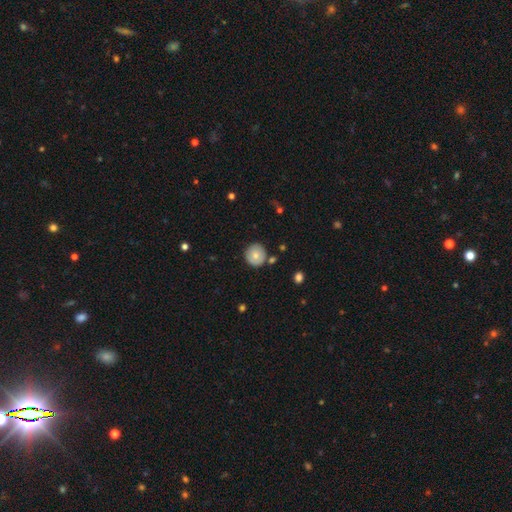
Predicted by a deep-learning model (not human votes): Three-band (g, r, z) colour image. It shows a smooth galaxy with no disk features (76%) that is round (93%). Merging: none (85%).